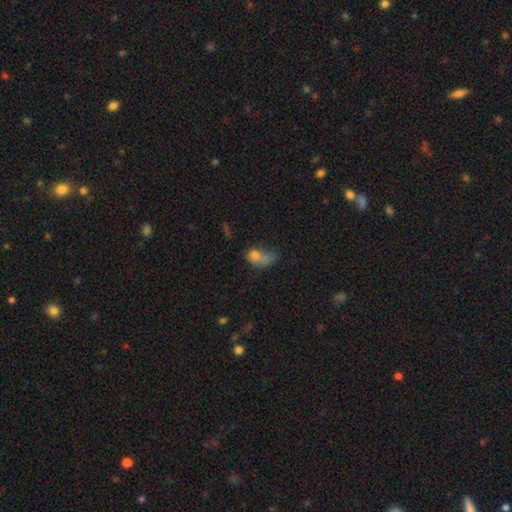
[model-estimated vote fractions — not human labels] smooth-or-featured: smooth: 68% | featured or disk: 18% | star or artifact: 14%
  how-rounded: in between: 73% | round: 23% | cigar-shaped: 4%
  merging: major disturbance: 39% | merger: 21% | none: 20% | minor disturbance: 20%